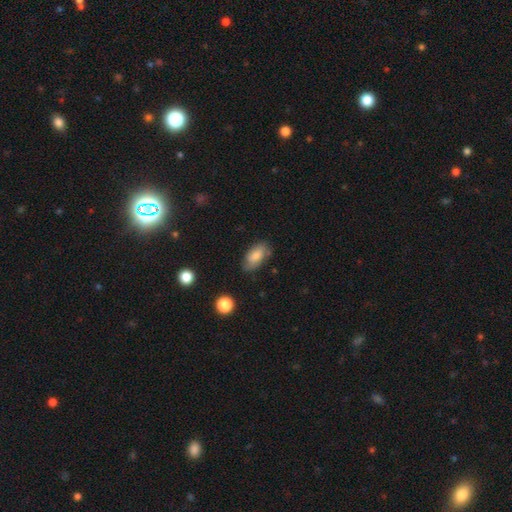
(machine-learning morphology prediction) Smooth or featured: smooth — 76% (featured or disk — 17%)
How rounded: in between — 92% (cigar-shaped — 5%)
Merging: none — 72% (minor disturbance — 22%)